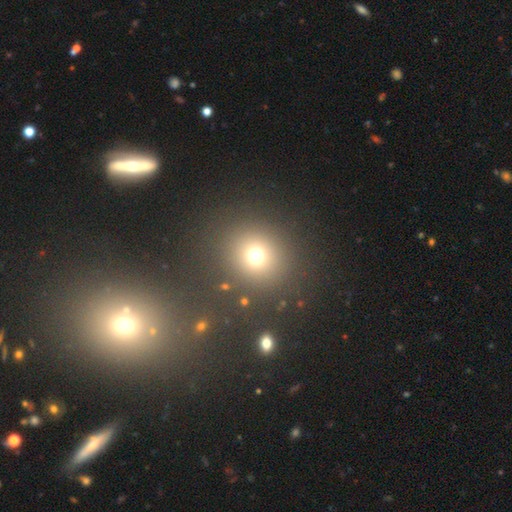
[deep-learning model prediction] smooth 69%, star or artifact 23%, featured or disk 8%. Down the decision tree: how rounded — round (90%); merging — none (84%).